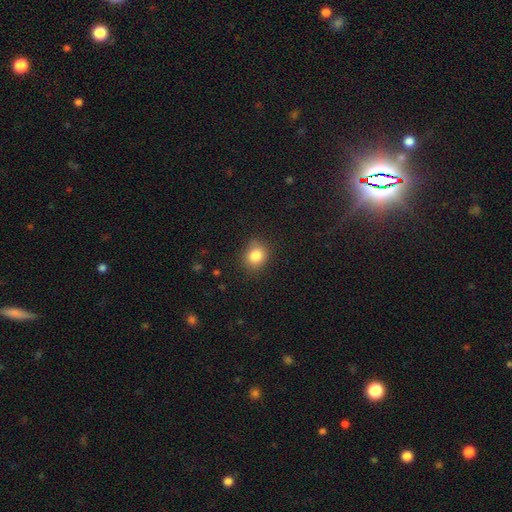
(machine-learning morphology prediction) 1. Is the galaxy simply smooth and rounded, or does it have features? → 83% smooth, 11% star or artifact, 6% featured or disk.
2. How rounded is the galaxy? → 72% round, 27% in between, 1% cigar-shaped.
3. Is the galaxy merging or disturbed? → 82% none, 13% minor disturbance, 3% major disturbance, 1% merger.